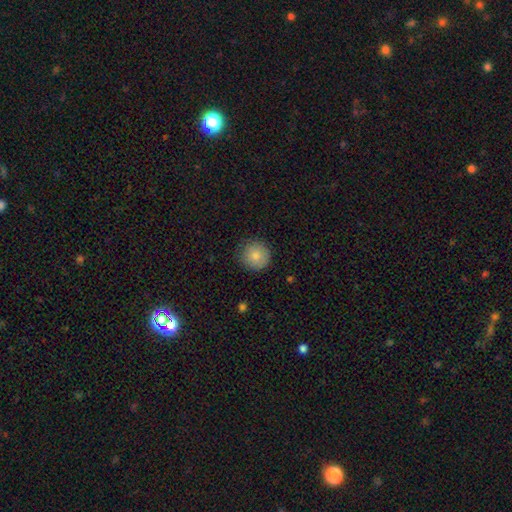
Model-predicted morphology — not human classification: Smooth or featured: smooth — 84% (star or artifact — 8%)
How rounded: round — 93% (in between — 6%)
Merging: none — 84% (minor disturbance — 12%)